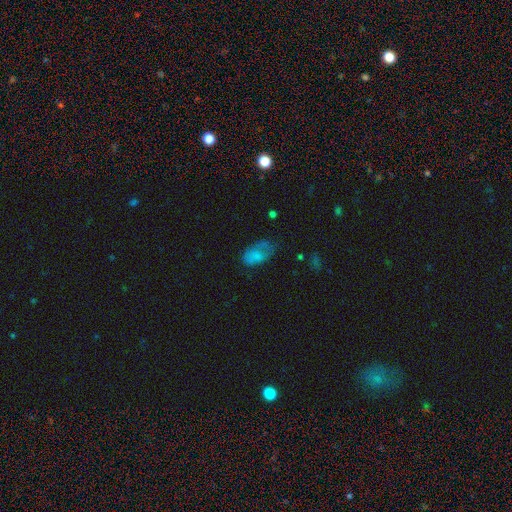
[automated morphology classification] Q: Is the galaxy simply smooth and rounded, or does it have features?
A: smooth — 72%.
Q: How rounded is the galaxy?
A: in between — 92%.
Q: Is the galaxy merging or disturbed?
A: none — 40%.